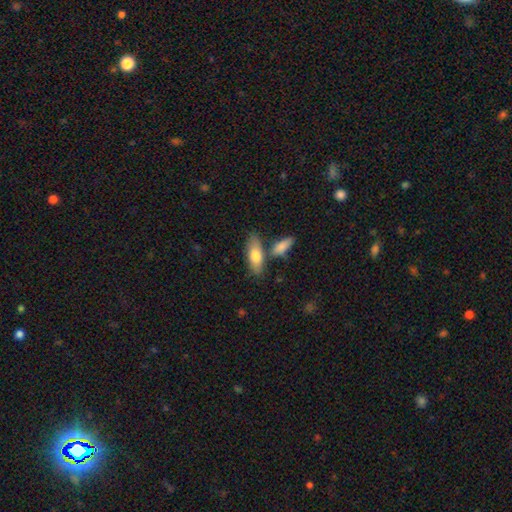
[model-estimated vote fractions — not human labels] smooth-or-featured: smooth: 75% | featured or disk: 19% | star or artifact: 5%
  how-rounded: in between: 70% | cigar-shaped: 27% | round: 3%
  merging: none: 65% | merger: 20% | minor disturbance: 12% | major disturbance: 3%